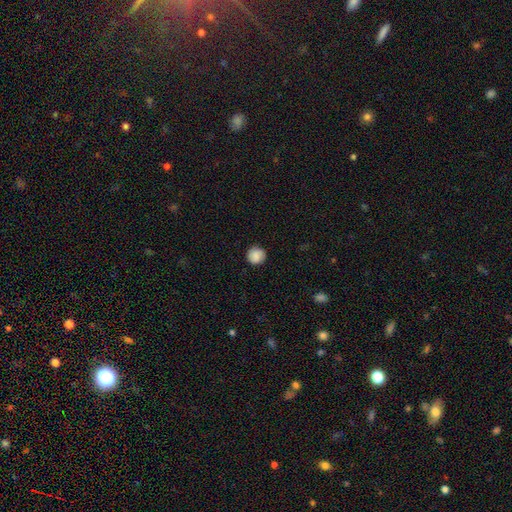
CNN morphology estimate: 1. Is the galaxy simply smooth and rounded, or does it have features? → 87% smooth, 8% star or artifact, 5% featured or disk.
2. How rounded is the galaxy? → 94% round, 5% in between, 1% cigar-shaped.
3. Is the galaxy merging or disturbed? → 89% none, 8% minor disturbance, 2% major disturbance, 1% merger.